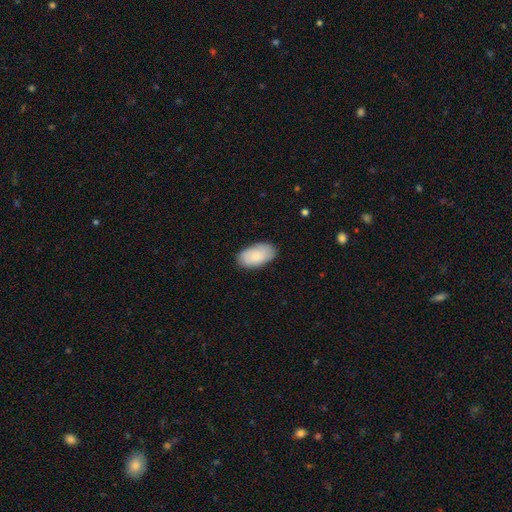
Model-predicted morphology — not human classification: Smooth or featured? Predicted: smooth (p=0.86). How rounded? Predicted: in between (p=0.96). Merging? Predicted: none (p=0.84).